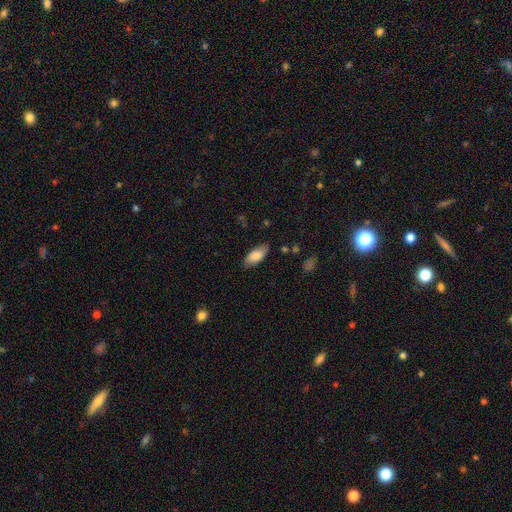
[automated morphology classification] Smooth or featured: smooth — 81% (featured or disk — 13%)
How rounded: in between — 88% (cigar-shaped — 10%)
Merging: none — 83% (minor disturbance — 13%)